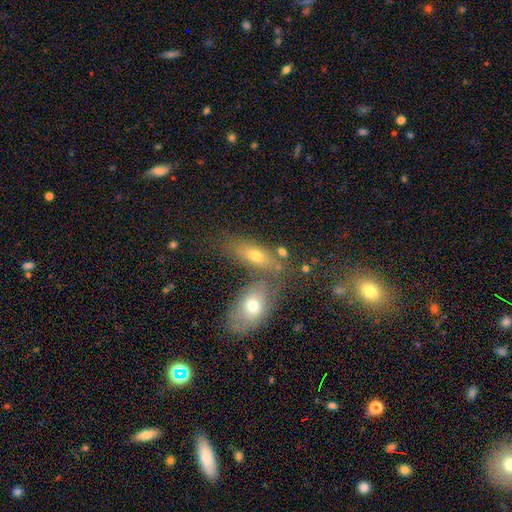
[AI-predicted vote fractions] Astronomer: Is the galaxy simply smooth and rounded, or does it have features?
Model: smooth — 64%.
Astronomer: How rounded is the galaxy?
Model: in between — 77%.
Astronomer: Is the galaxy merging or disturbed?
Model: none — 44% (runner-up: merger, 37%).